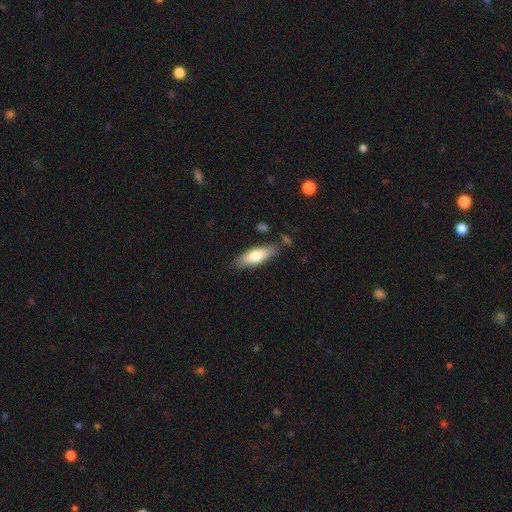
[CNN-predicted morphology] Smooth or featured? smooth (68%)
How rounded? in between (55%)
Merging? none (79%)